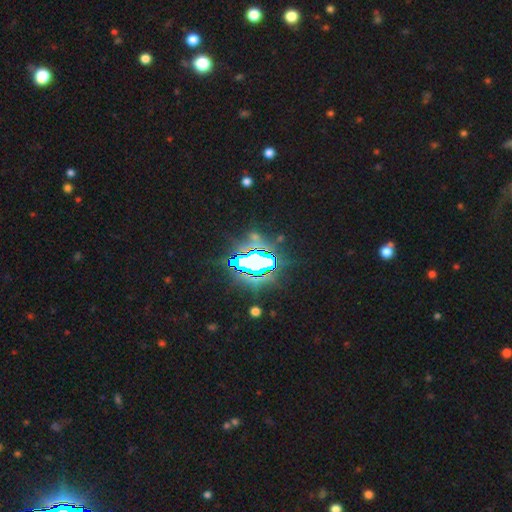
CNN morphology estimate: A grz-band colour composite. It shows a star or artifact, not a galaxy (75%).